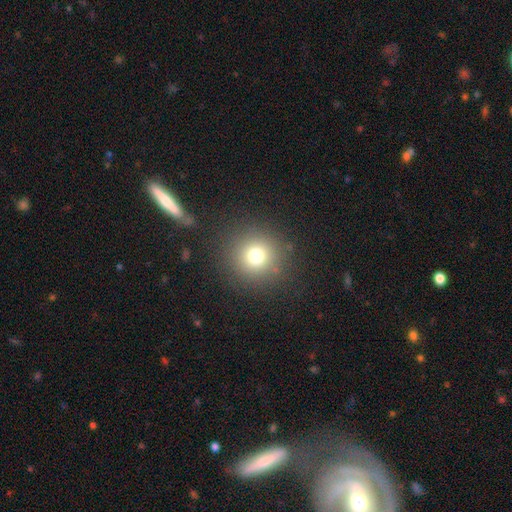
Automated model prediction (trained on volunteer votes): Smooth or featured? smooth (74%)
How rounded? round (94%)
Merging? none (88%)